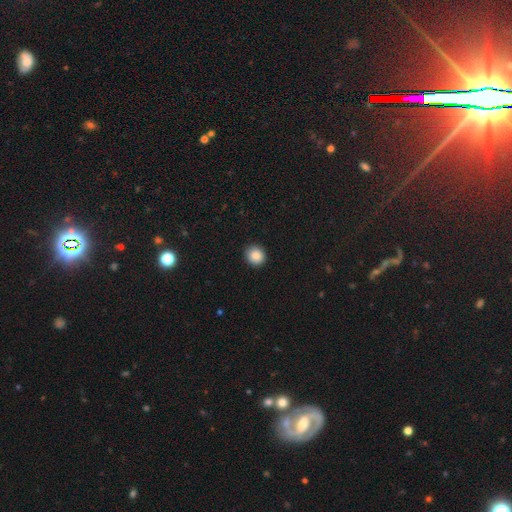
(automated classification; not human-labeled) smooth-or-featured: smooth: 87% | star or artifact: 9% | featured or disk: 4%
  how-rounded: round: 88% | in between: 11% | cigar-shaped: 1%
  merging: none: 92% | minor disturbance: 6% | major disturbance: 2% | merger: 1%